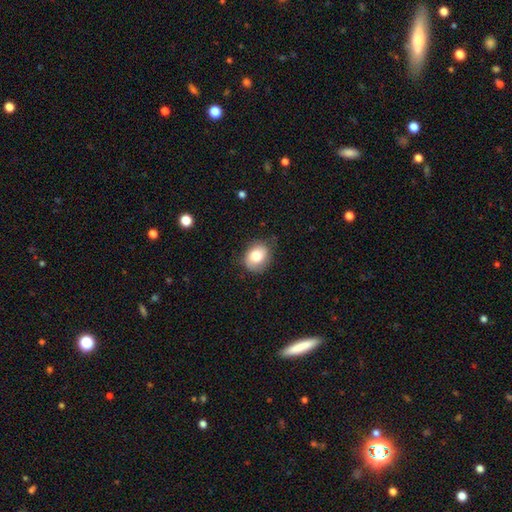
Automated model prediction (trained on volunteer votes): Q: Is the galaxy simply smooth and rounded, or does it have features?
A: smooth — 80%.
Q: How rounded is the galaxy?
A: in between — 54%.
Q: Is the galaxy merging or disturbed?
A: none — 71%.